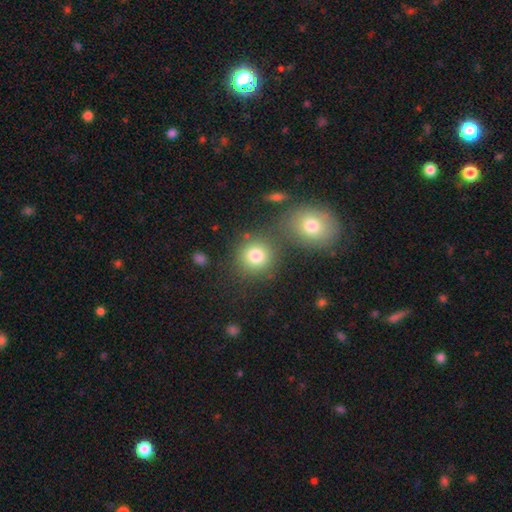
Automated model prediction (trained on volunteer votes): Q: Smooth or featured?
A: smooth (80%); runner-up: star or artifact (12%)
Q: How rounded?
A: round (88%); runner-up: in between (11%)
Q: Merging?
A: none (69%); runner-up: merger (19%)